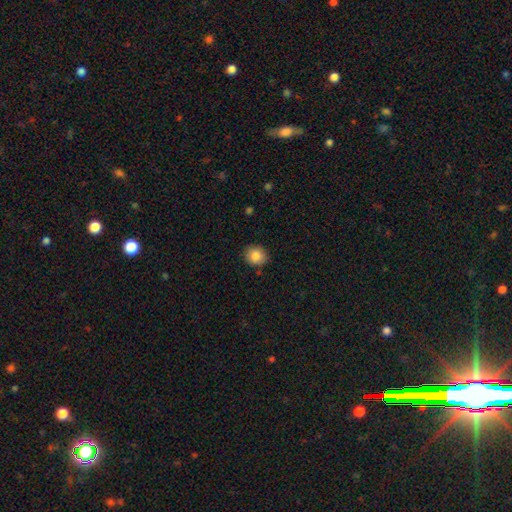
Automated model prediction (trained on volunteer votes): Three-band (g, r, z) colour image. It shows a smooth galaxy with no disk features (85%) that is round (77%). Merging: none (87%).